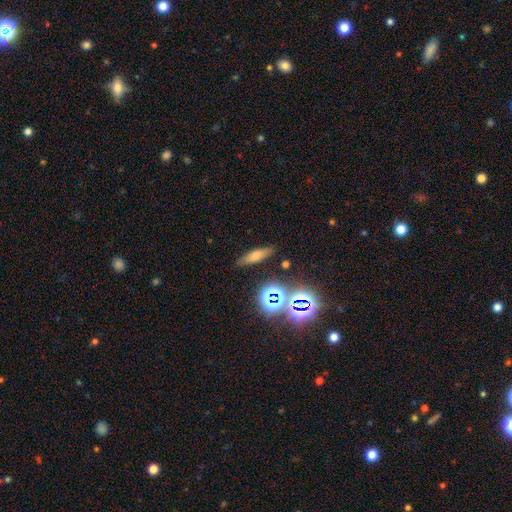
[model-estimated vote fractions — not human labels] This appears to be a smooth galaxy with no disk features (62%) that is cigar-shaped (58%). Merging: none (83%).